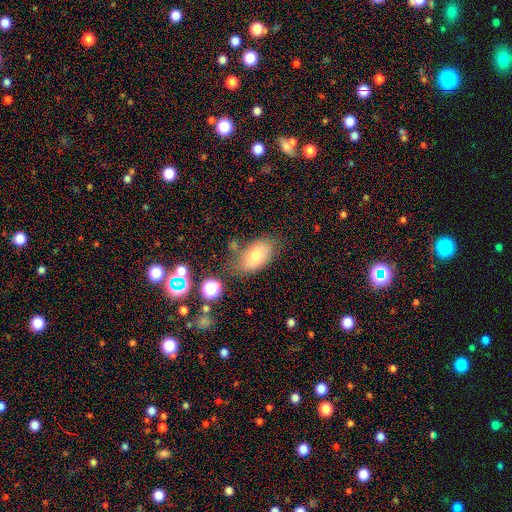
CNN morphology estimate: Overall: smooth (76%). How rounded: in between (92%). Merging: none (66%).